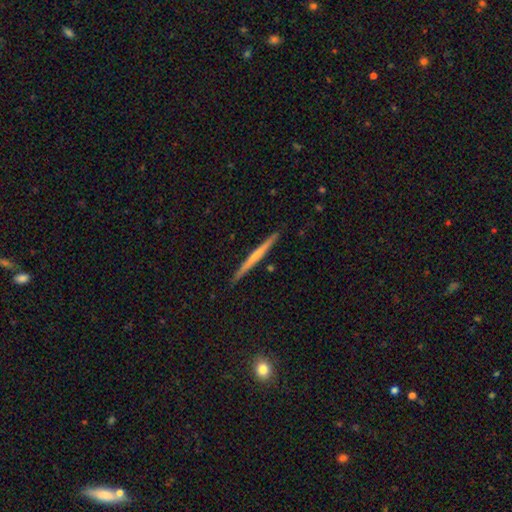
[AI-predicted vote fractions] Overall: featured or disk (53%; smooth 42%). Edge-on disk: yes (98%). Edge-on bulge: none (73%). Merging: none (91%).